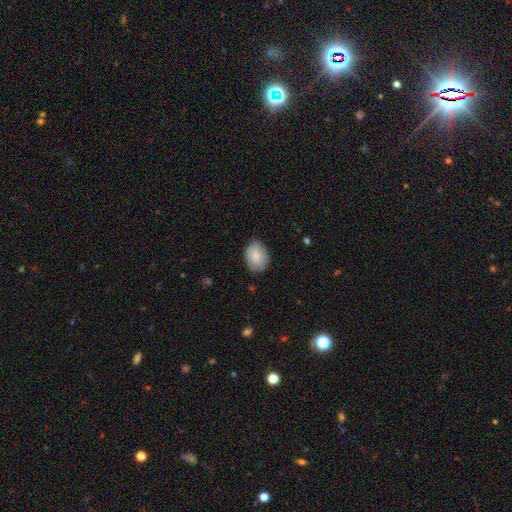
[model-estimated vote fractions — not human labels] Smooth or featured? smooth (83%)
How rounded? in between (67%)
Merging? none (77%)